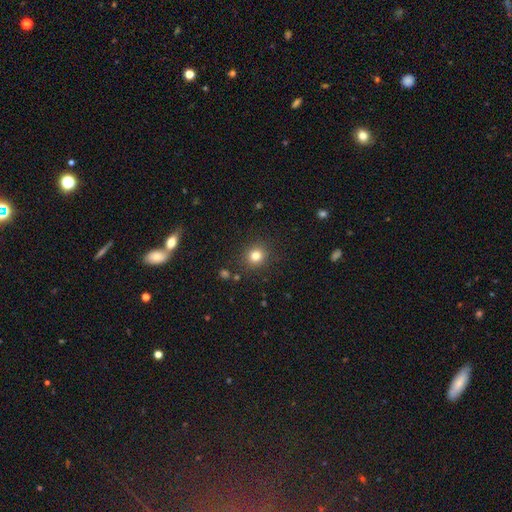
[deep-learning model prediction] Q: Smooth or featured?
A: smooth (80%); runner-up: star or artifact (14%)
Q: How rounded?
A: round (87%); runner-up: in between (12%)
Q: Merging?
A: none (89%); runner-up: minor disturbance (7%)